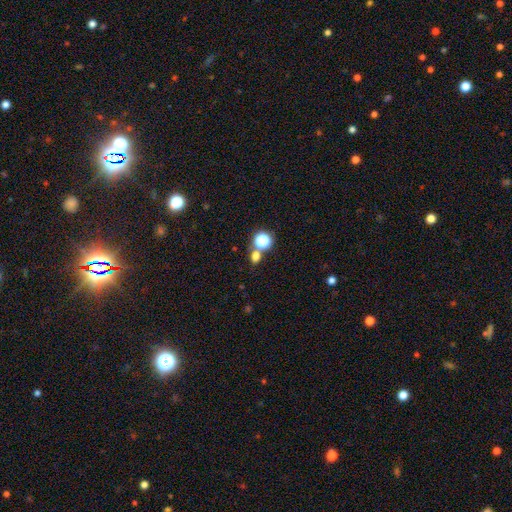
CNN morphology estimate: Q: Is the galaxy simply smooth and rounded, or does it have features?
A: smooth — 68%.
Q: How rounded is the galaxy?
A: round — 66%.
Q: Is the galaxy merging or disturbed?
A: none — 64%.